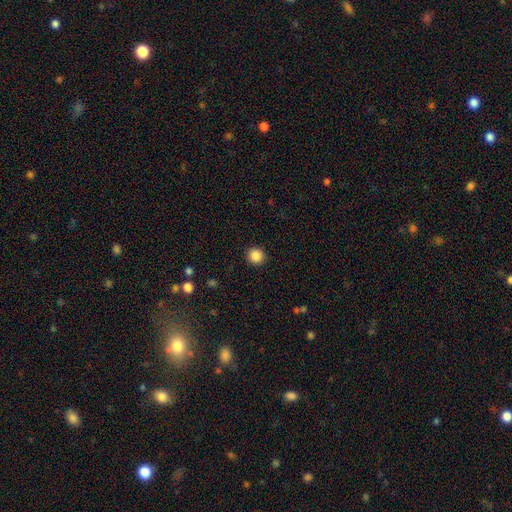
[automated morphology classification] Smooth or featured? smooth (87%)
How rounded? round (94%)
Merging? none (92%)